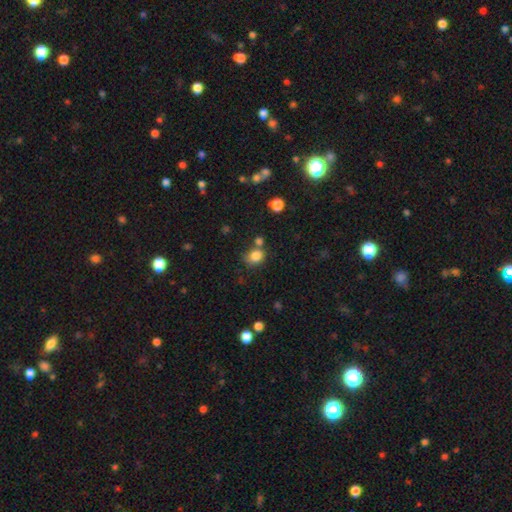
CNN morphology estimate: A smooth galaxy with no disk features (82%) that is round (59%).

Vote fractions:
- Smooth or featured? smooth: 82% / star or artifact: 12% / featured or disk: 6%
- How rounded? round: 59% / in between: 40% / cigar-shaped: 1%
- Merging? none: 56% / merger: 21% / minor disturbance: 17% / major disturbance: 6%